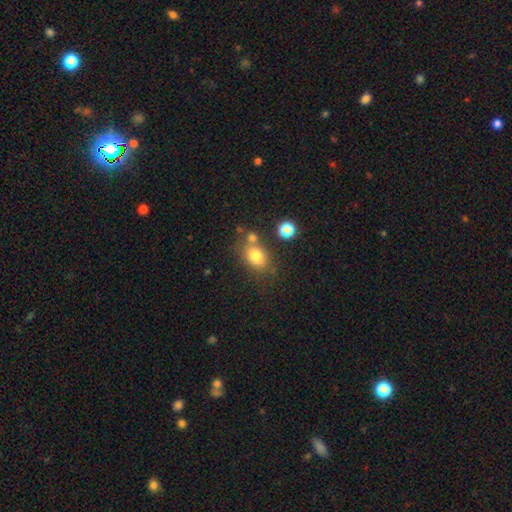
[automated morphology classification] smooth 76%, star or artifact 13%, featured or disk 11%. Down the decision tree: how rounded — in between (55%); merging — none (60%).